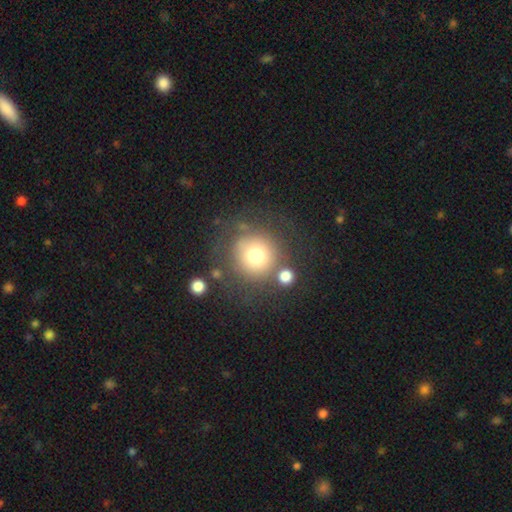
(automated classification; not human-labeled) Q: Smooth or featured?
A: smooth (73%); runner-up: featured or disk (15%)
Q: How rounded?
A: round (93%); runner-up: in between (6%)
Q: Merging?
A: none (70%); runner-up: minor disturbance (13%)